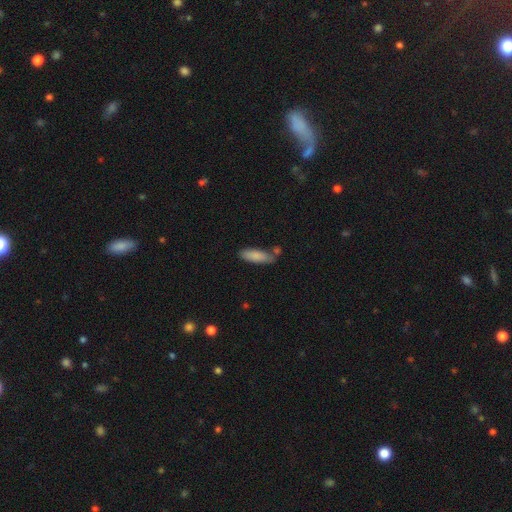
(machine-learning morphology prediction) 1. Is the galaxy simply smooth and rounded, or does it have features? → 84% smooth, 9% featured or disk, 6% star or artifact.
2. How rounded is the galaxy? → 51% in between, 48% cigar-shaped, 2% round.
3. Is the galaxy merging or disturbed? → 65% none, 18% minor disturbance, 12% merger, 4% major disturbance.